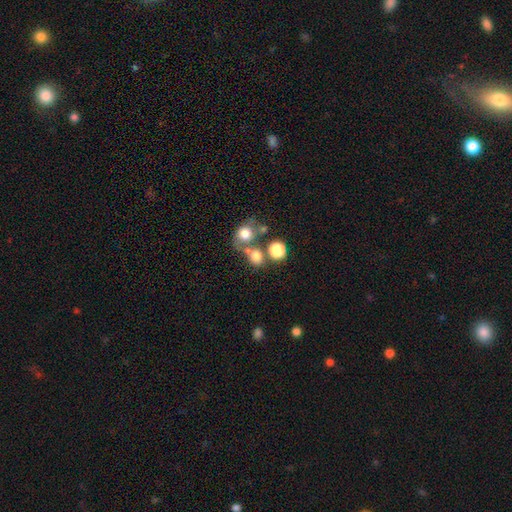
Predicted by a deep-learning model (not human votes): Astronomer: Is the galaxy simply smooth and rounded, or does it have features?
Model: smooth — 74%.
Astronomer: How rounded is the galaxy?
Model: round — 72%.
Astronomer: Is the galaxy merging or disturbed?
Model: none — 42% (runner-up: merger, 40%).